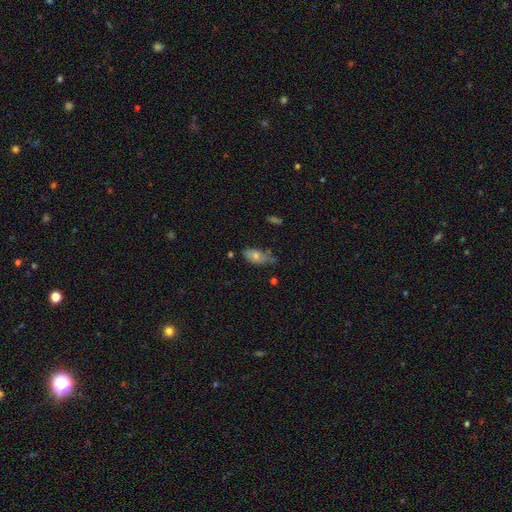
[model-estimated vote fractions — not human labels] Smooth or featured?
  - smooth: 56% *
  - featured or disk: 33%
  - star or artifact: 11%
How rounded?
  - in between: 82% *
  - cigar-shaped: 13%
  - round: 5%
Merging?
  - none: 52% *
  - minor disturbance: 33%
  - major disturbance: 10%
  - merger: 5%